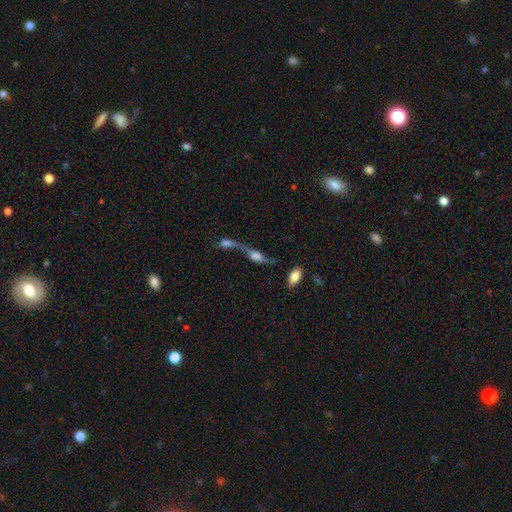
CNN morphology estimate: smooth_or_featured: featured or disk (p=0.50) [alt: smooth p=0.38]
disk_edge_on: no (p=0.67) [alt: yes p=0.33]
merging: merger (p=0.62) [alt: none p=0.17]